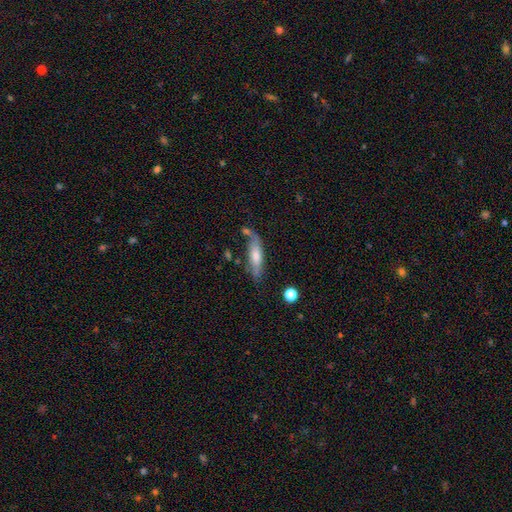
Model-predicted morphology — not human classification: Smooth or featured? smooth (50%)
Merging? none (58%)